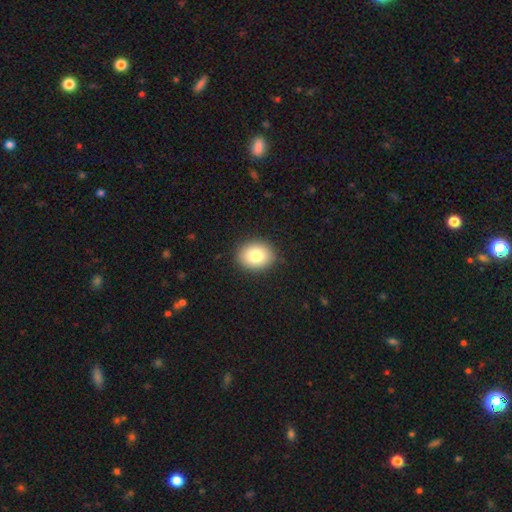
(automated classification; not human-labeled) Overall: smooth (80%). How rounded: in between (55%; round 44%). Merging: none (89%).